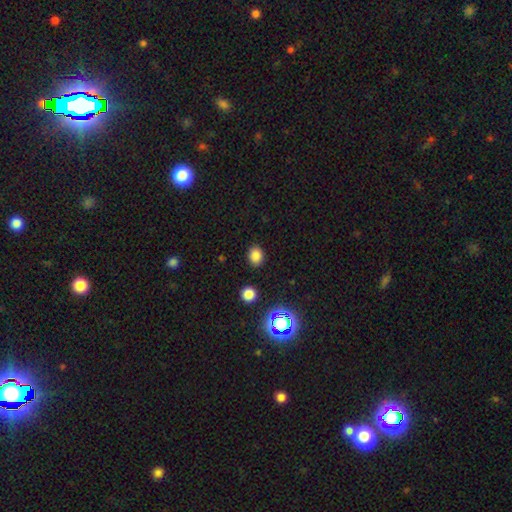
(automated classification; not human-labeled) smooth-or-featured: smooth: 81% | star or artifact: 14% | featured or disk: 5%
  how-rounded: in between: 50% | round: 49% | cigar-shaped: 1%
  merging: none: 88% | minor disturbance: 8% | major disturbance: 3% | merger: 2%